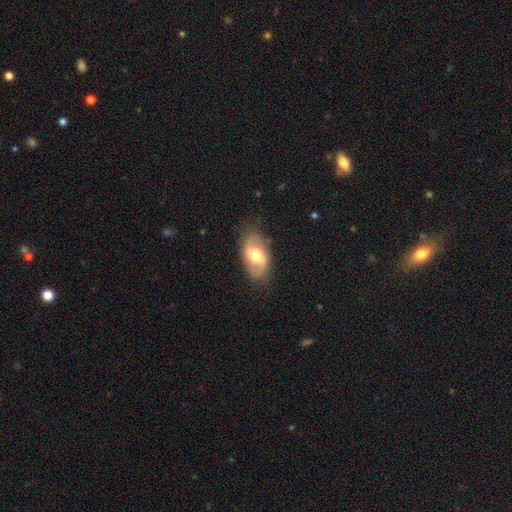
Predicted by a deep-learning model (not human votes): featured or disk 56%, smooth 38%, star or artifact 6%. Down the decision tree: edge-on disk — no (93%); bar — no (42%); spiral arms — yes (72%); bulge size — moderate (71%); merging — none (78%).